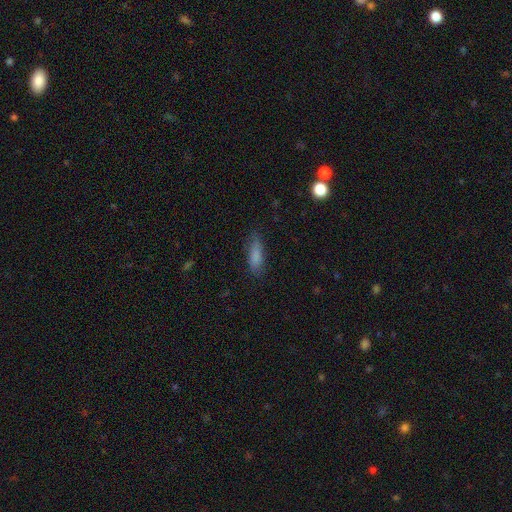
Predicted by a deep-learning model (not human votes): Q: Smooth or featured?
A: smooth (82%); runner-up: featured or disk (10%)
Q: How rounded?
A: in between (50%); runner-up: cigar-shaped (47%)
Q: Merging?
A: none (77%); runner-up: minor disturbance (17%)